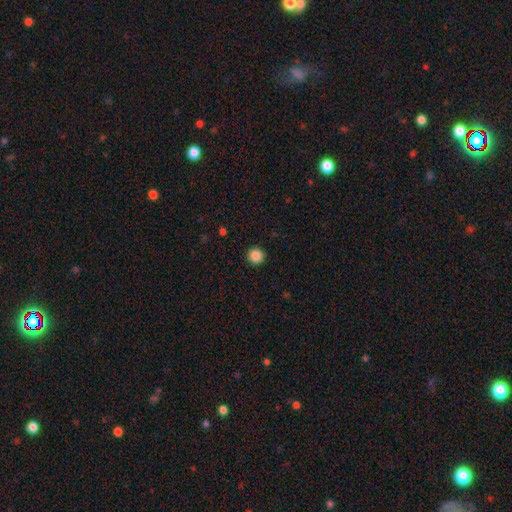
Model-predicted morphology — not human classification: The model was most divided on "smooth or featured": smooth: 86%, star or artifact: 10%, featured or disk: 4%. More confident: how rounded — round (95%); merging — none (93%).